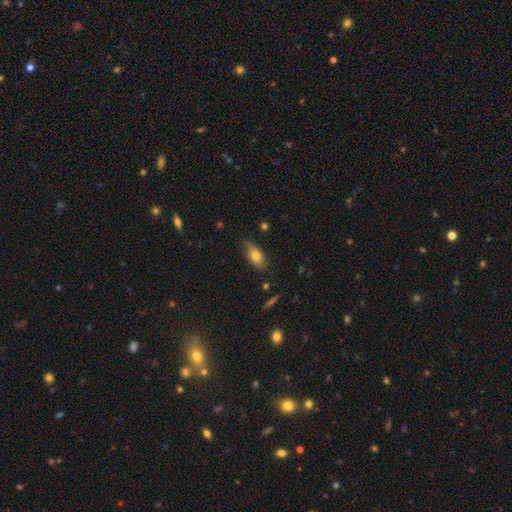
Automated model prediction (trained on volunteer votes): A smooth galaxy with no disk features (75%) that is in between round and cigar-shaped (85%).

Vote fractions:
- Smooth or featured? smooth: 75% / featured or disk: 17% / star or artifact: 8%
- How rounded? in between: 85% / cigar-shaped: 10% / round: 5%
- Merging? none: 68% / minor disturbance: 26% / major disturbance: 4% / merger: 2%